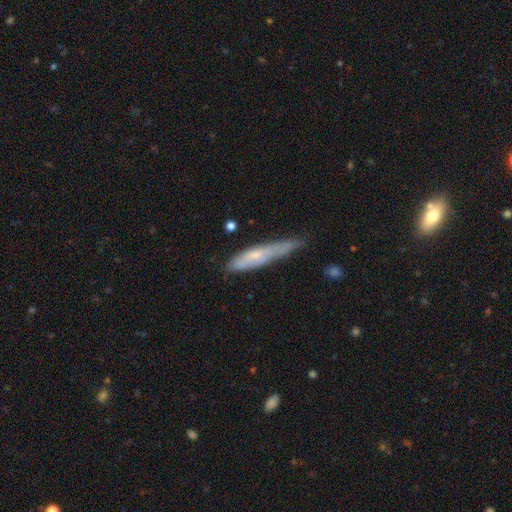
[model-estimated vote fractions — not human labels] Smooth or featured? Predicted: smooth (p=0.53). How rounded? Predicted: cigar-shaped (p=0.87). Merging? Predicted: none (p=0.50).